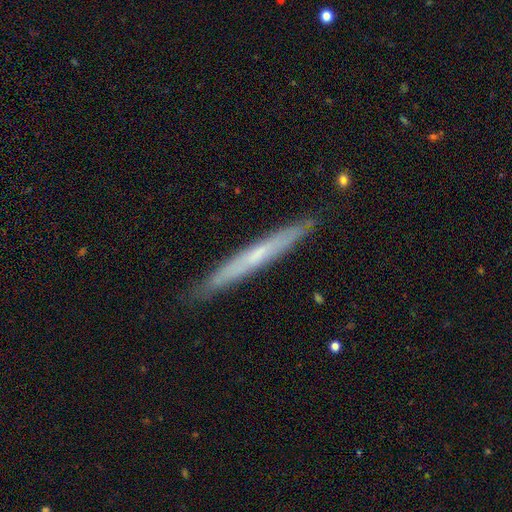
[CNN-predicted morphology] Smooth or featured: featured or disk — 52% (smooth — 42%)
Edge-on disk: yes — 92% (no — 8%)
Merging: none — 88% (minor disturbance — 10%)